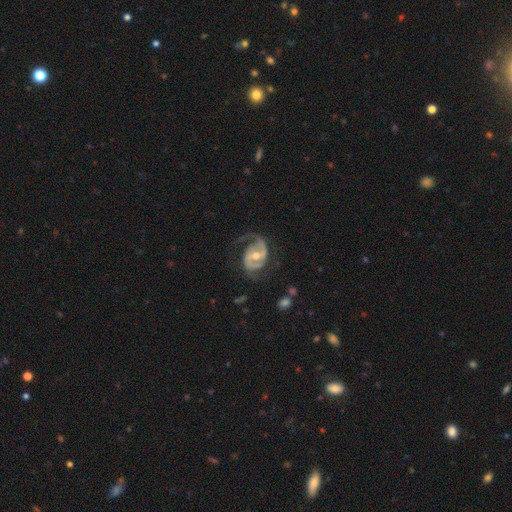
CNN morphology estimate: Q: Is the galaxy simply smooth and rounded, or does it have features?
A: featured or disk — 88%.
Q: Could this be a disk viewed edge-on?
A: no — 97%.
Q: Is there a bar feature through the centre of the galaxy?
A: weak — 44%.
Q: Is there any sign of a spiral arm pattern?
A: yes — 95%.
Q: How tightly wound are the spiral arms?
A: medium — 48%.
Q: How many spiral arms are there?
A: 2 — 79%.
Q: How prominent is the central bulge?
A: moderate — 69%.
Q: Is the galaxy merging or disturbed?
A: none — 58%.